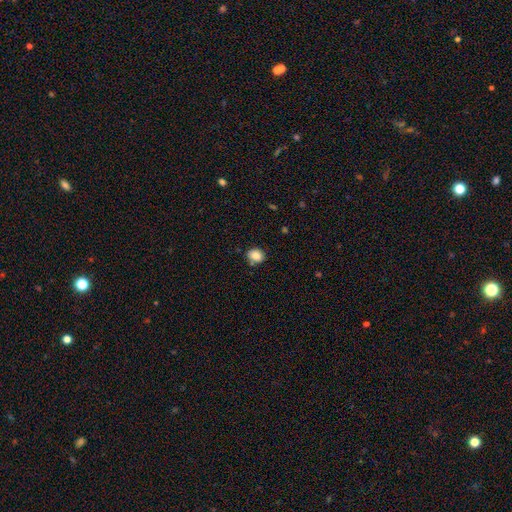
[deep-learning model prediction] Smooth or featured: smooth — 86% (star or artifact — 9%)
How rounded: round — 58% (in between — 41%)
Merging: none — 78% (minor disturbance — 15%)